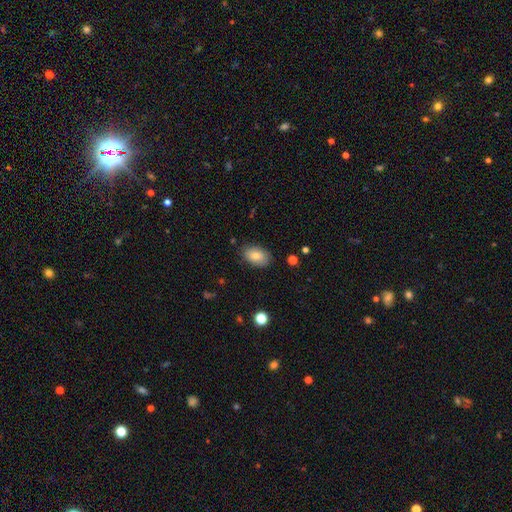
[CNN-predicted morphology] A smooth galaxy with no disk features (77%) that is in between round and cigar-shaped (88%). Merging: none (83%).